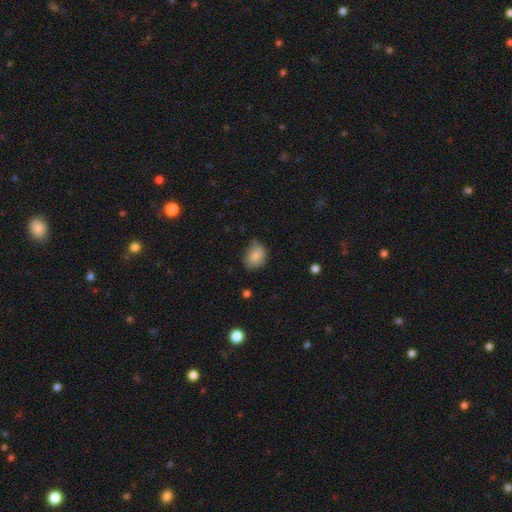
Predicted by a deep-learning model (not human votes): smooth_or_featured: smooth (p=0.85) [alt: star or artifact p=0.08]
how_rounded: in between (p=0.61) [alt: round p=0.38]
merging: none (p=0.65) [alt: minor disturbance p=0.28]